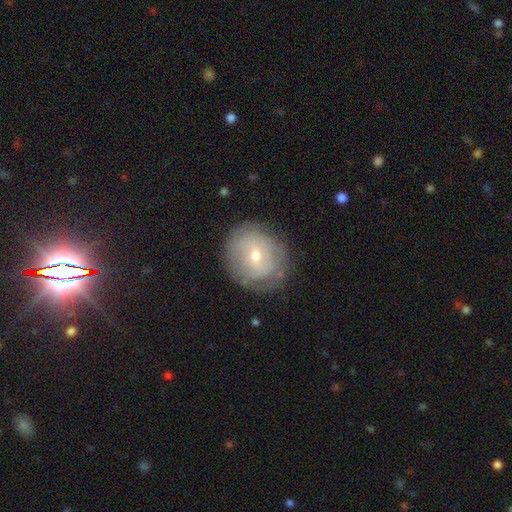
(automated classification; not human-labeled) smooth_or_featured: featured or disk (p=0.52) [alt: smooth p=0.39]
disk_edge_on: no (p=0.96) [alt: yes p=0.04]
bar: no (p=0.56) [alt: weak p=0.36]
has_spiral_arms: yes (p=0.60) [alt: no p=0.40]
bulge_size: small (p=0.52) [alt: moderate p=0.45]
merging: none (p=0.74) [alt: minor disturbance p=0.18]